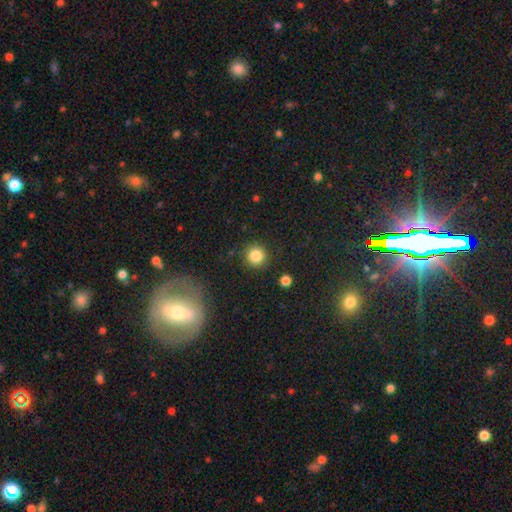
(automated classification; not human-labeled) Q: Smooth or featured?
A: smooth (84%); runner-up: star or artifact (11%)
Q: How rounded?
A: round (93%); runner-up: in between (6%)
Q: Merging?
A: none (89%); runner-up: minor disturbance (7%)